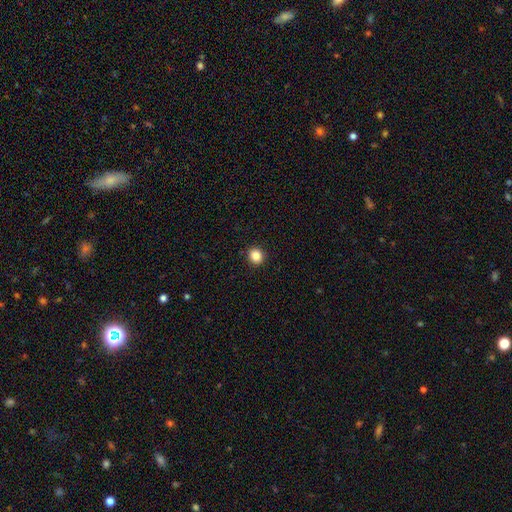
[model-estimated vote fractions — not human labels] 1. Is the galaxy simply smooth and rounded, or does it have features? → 85% smooth, 11% star or artifact, 4% featured or disk.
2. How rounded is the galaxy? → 85% round, 14% in between, 1% cigar-shaped.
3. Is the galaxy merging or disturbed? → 92% none, 5% minor disturbance, 2% major disturbance, 1% merger.